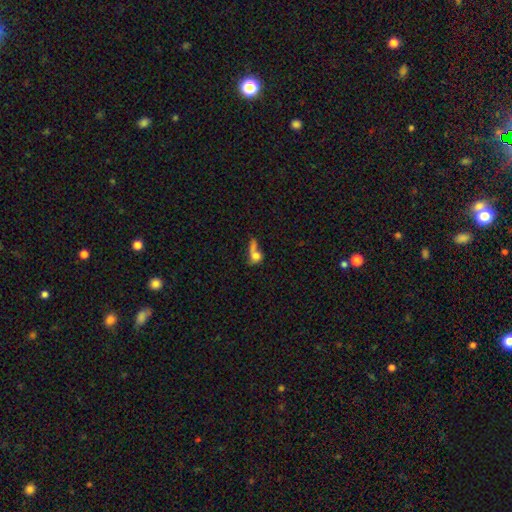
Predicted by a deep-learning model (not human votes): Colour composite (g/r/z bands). It shows a smooth galaxy with no disk features (63%) that is in between round and cigar-shaped (47%). Merging: merger (41%).